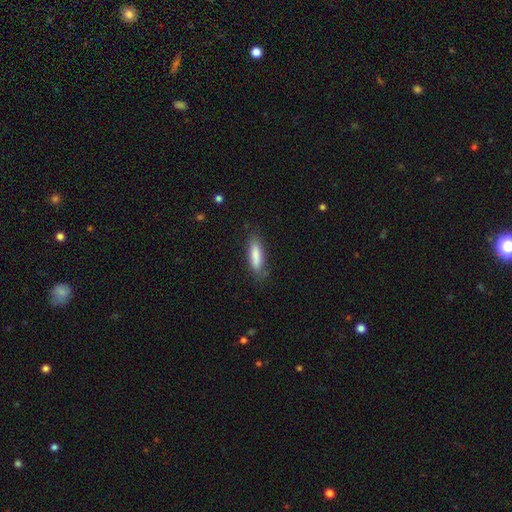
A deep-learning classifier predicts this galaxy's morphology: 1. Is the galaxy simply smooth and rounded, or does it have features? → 83% smooth, 11% featured or disk, 6% star or artifact.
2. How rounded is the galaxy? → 51% cigar-shaped, 47% in between, 2% round.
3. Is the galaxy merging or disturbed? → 77% none, 17% minor disturbance, 4% major disturbance, 2% merger.